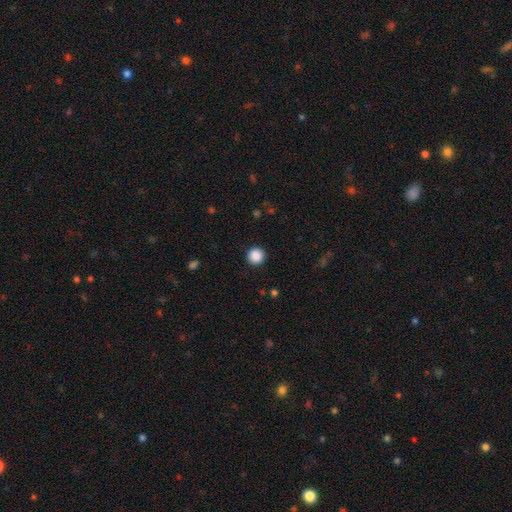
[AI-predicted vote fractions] smooth_or_featured: smooth (p=0.88) [alt: star or artifact p=0.09]
how_rounded: round (p=0.95) [alt: in between p=0.04]
merging: none (p=0.92) [alt: minor disturbance p=0.05]